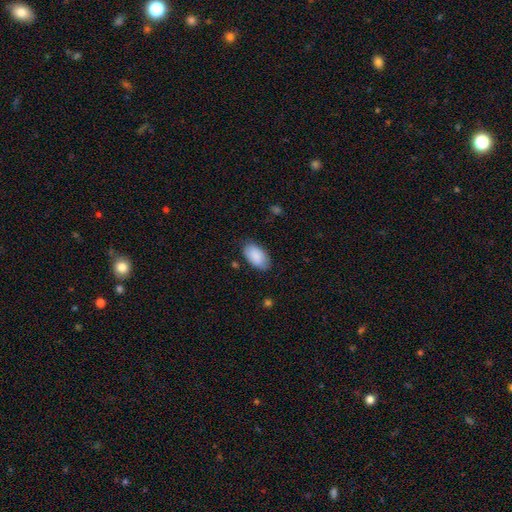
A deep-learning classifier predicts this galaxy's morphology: Smooth or featured? Predicted: smooth (p=0.89). How rounded? Predicted: in between (p=0.95). Merging? Predicted: none (p=0.81).